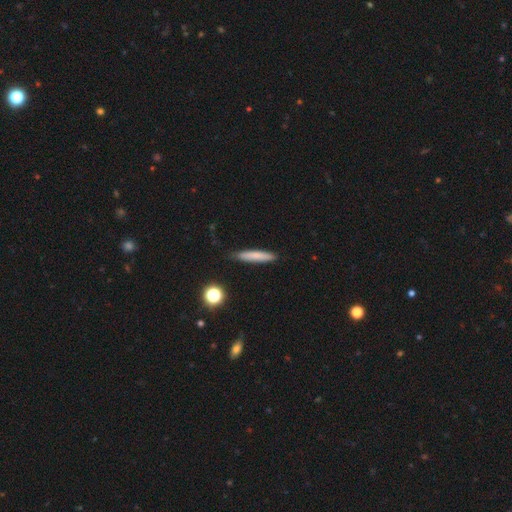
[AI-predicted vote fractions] This is likely a smooth galaxy (76%). How rounded: clearly cigar-shaped (90%). Merging: clearly none (83%).